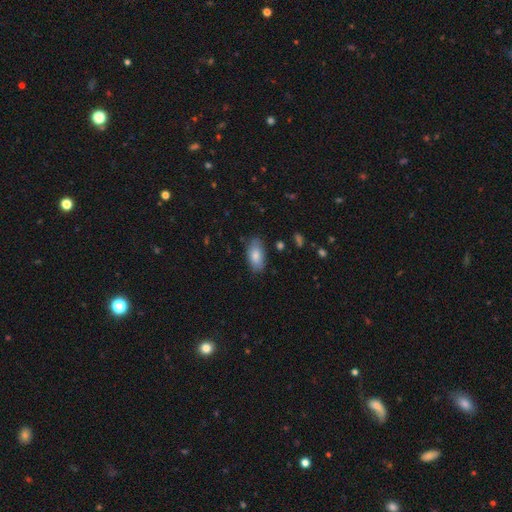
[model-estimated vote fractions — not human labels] smooth-or-featured: smooth: 81% | featured or disk: 13% | star or artifact: 6%
  how-rounded: in between: 92% | cigar-shaped: 6% | round: 3%
  merging: none: 81% | minor disturbance: 15% | major disturbance: 3% | merger: 1%